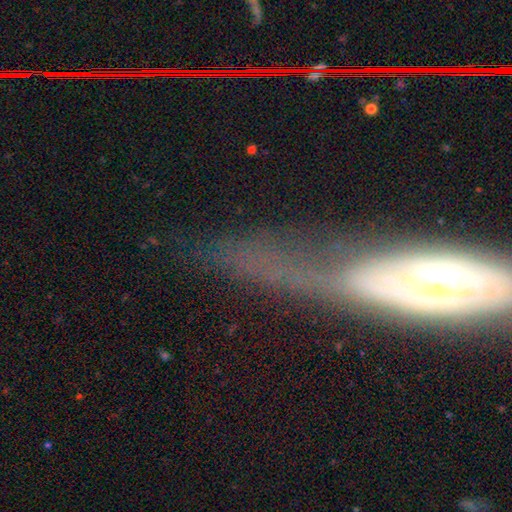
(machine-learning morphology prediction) This appears to be a featured or disk galaxy (64%). Merging: none (53%).